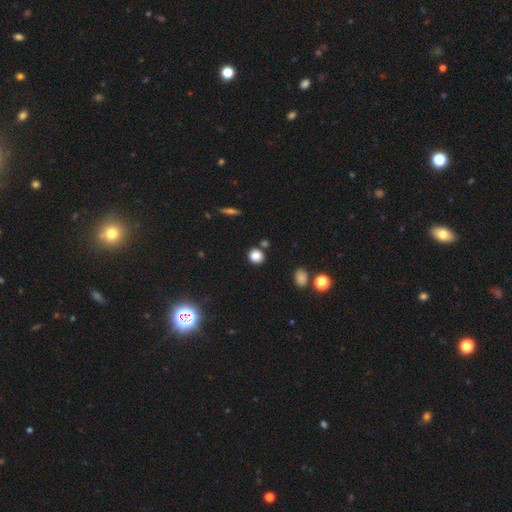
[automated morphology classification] Smooth or featured? smooth (84%)
How rounded? round (83%)
Merging? none (82%)